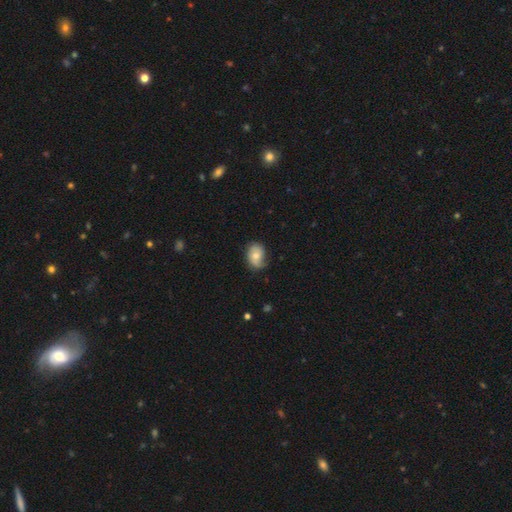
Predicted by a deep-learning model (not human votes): Q: Smooth or featured?
A: smooth (50%); runner-up: featured or disk (42%)
Q: How rounded?
A: in between (70%); runner-up: round (29%)
Q: Merging?
A: none (58%); runner-up: minor disturbance (30%)